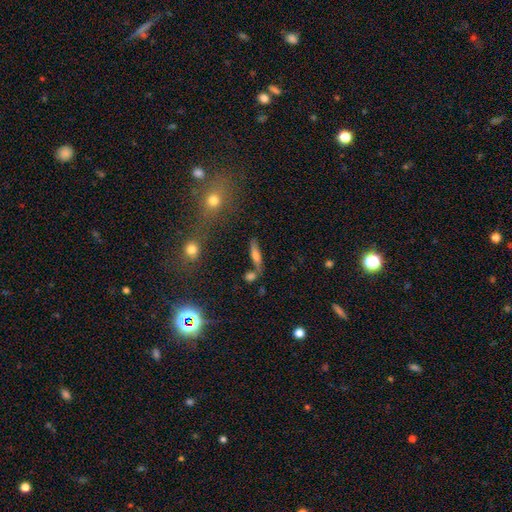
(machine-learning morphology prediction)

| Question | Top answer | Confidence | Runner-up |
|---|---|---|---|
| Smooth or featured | smooth | 57% | featured or disk (30%) |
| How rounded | cigar-shaped | 63% | in between (31%) |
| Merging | none | 61% | merger (19%) |